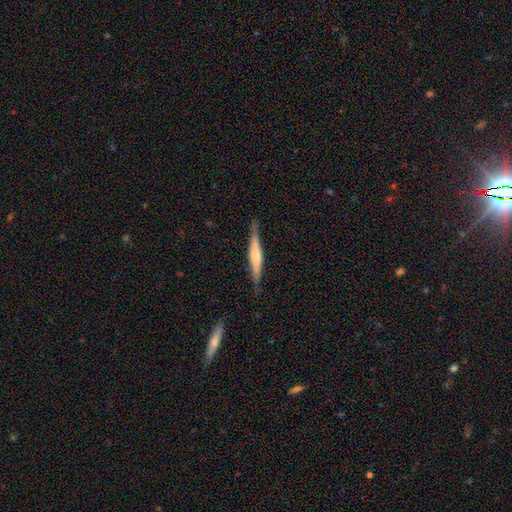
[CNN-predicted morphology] Q: Smooth or featured?
A: featured or disk (61%); runner-up: smooth (33%)
Q: Edge-on disk?
A: yes (97%); runner-up: no (3%)
Q: Edge-on bulge?
A: rounded (52%); runner-up: boxy (29%)
Q: Merging?
A: none (86%); runner-up: minor disturbance (10%)